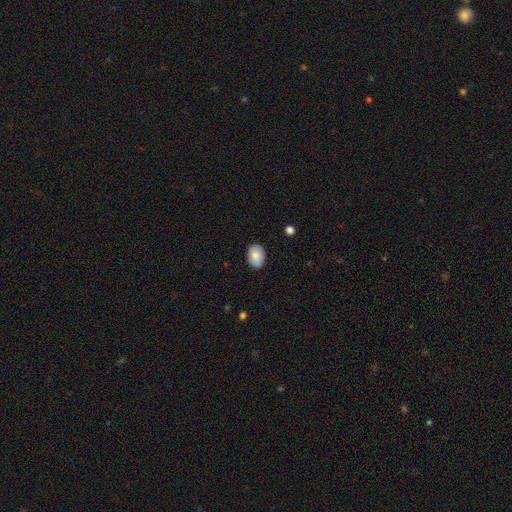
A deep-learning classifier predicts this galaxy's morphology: This appears to be a smooth galaxy with no disk features (81%) that is in between round and cigar-shaped (79%). Merging: none (82%).